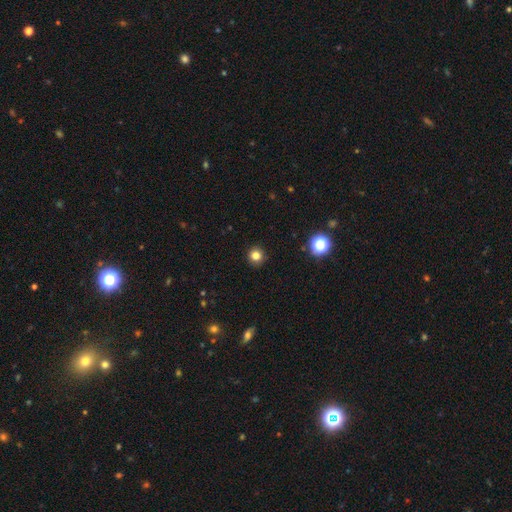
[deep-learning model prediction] smooth_or_featured: smooth (p=0.81) [alt: star or artifact p=0.14]
how_rounded: round (p=0.94) [alt: in between p=0.05]
merging: none (p=0.92) [alt: minor disturbance p=0.05]